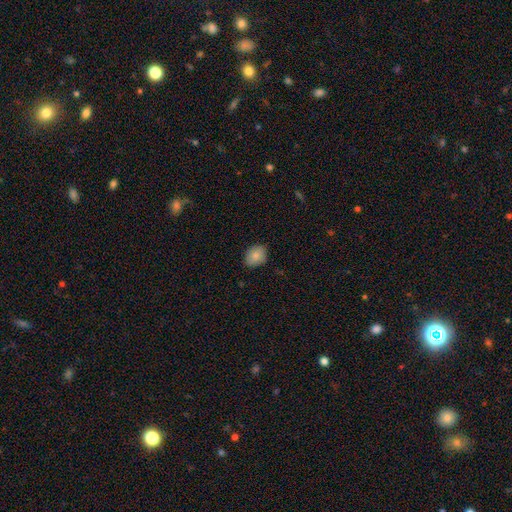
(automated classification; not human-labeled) Smooth or featured? smooth (85%)
How rounded? in between (52%)
Merging? none (83%)